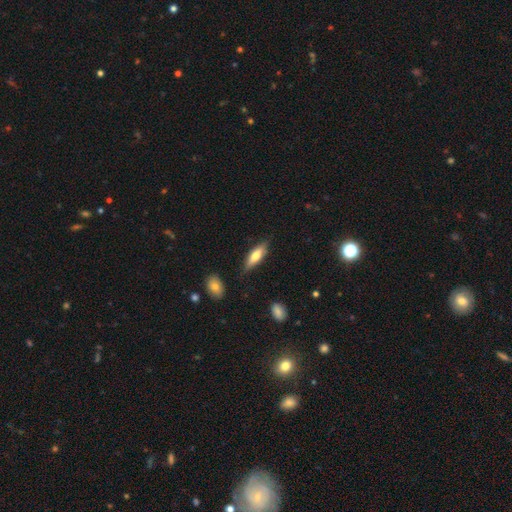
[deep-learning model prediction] A smooth galaxy with no disk features (61%) that is cigar-shaped (55%).

Vote fractions:
- Smooth or featured? smooth: 61% / featured or disk: 33% / star or artifact: 6%
- How rounded? cigar-shaped: 55% / in between: 43% / round: 2%
- Merging? none: 81% / minor disturbance: 14% / major disturbance: 3% / merger: 2%